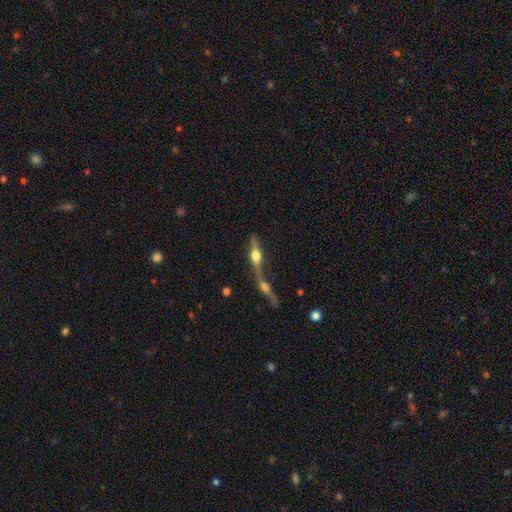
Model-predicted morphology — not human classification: This appears to be a featured or disk galaxy (66%) viewed edge-on (86%) with a rounded central bulge (94%). Merging: merger (53%).